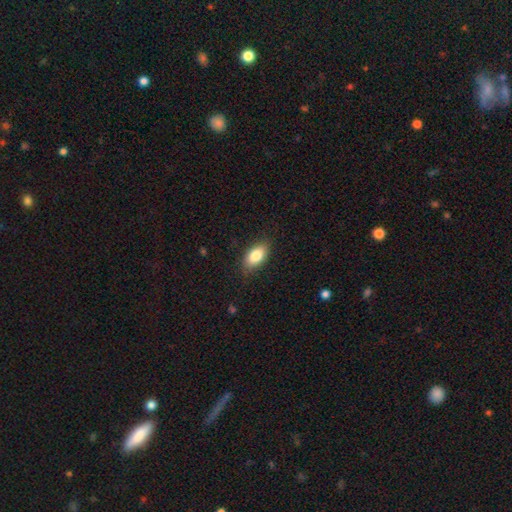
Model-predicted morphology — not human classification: type=smooth (83%); roundness=in between (90%); merging=none (82%).